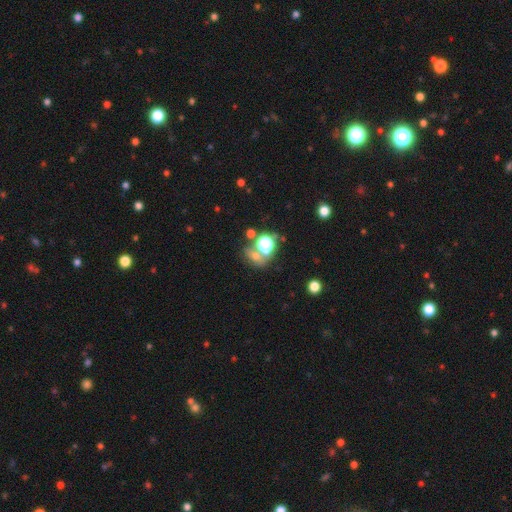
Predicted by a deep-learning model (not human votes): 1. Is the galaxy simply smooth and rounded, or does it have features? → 52% smooth, 32% star or artifact, 16% featured or disk.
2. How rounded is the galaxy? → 50% round, 46% in between, 3% cigar-shaped.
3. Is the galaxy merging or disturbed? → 46% none, 33% merger, 11% minor disturbance, 9% major disturbance.